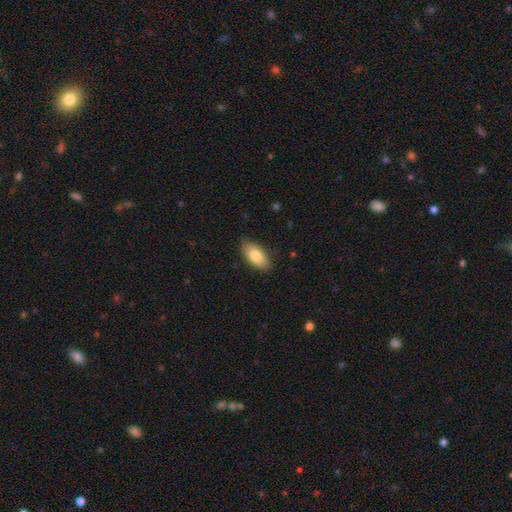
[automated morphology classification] A smooth galaxy with no disk features (81%) that is in between round and cigar-shaped (90%). Merging: none (83%).